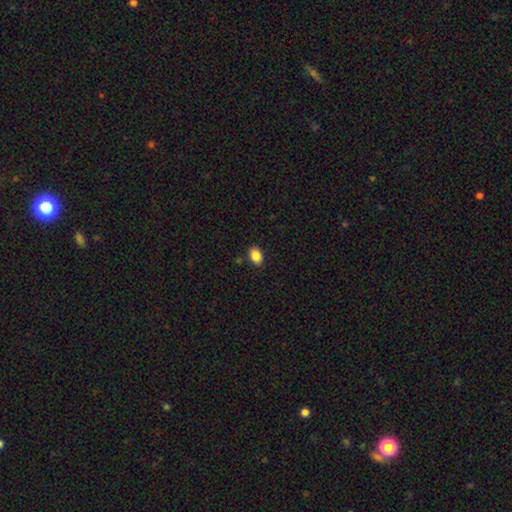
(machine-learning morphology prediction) Smooth or featured? Predicted: smooth (p=0.88). How rounded? Predicted: in between (p=0.76). Merging? Predicted: none (p=0.87).